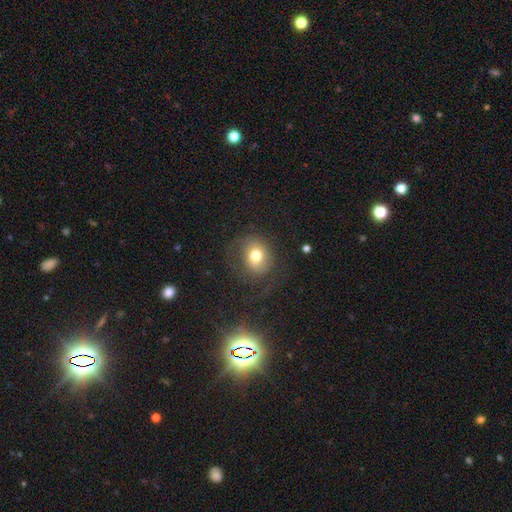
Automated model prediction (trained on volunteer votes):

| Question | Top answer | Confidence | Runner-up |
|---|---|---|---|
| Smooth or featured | smooth | 68% | featured or disk (19%) |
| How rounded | round | 68% | in between (31%) |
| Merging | none | 59% | major disturbance (21%) |